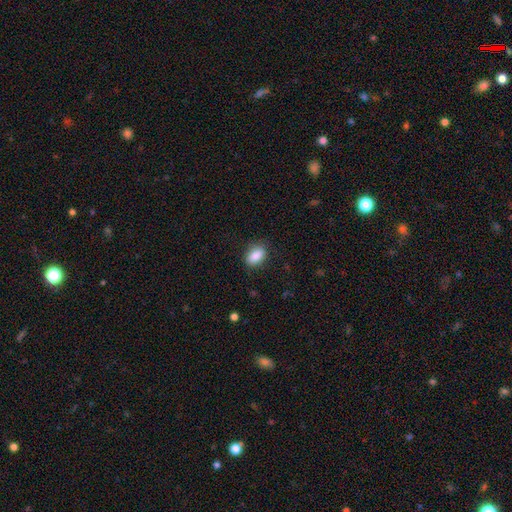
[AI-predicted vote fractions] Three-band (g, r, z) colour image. It shows a smooth galaxy with no disk features (88%) that is in between round and cigar-shaped (87%). Merging: none (83%).